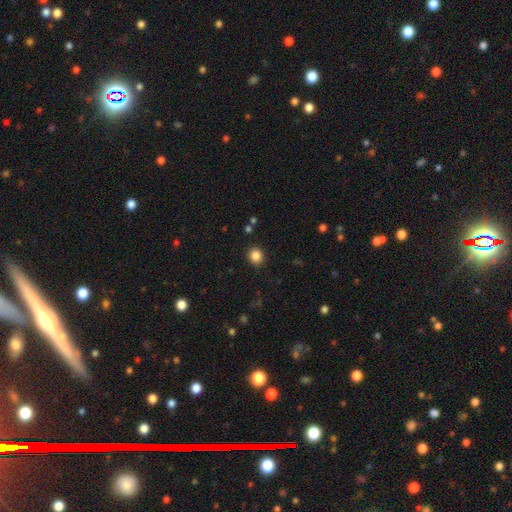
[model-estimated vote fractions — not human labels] Morphology: type=smooth (85%); roundness=round (83%); merging=none (89%).